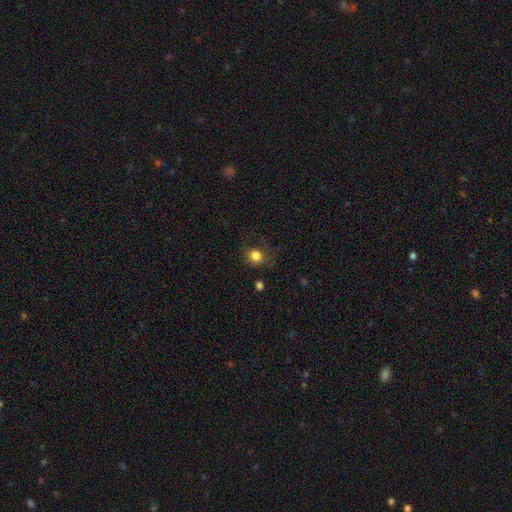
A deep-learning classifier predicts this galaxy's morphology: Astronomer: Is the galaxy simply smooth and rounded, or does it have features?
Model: smooth — 82%.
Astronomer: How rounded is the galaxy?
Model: round — 78%.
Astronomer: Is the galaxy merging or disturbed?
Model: none — 73%.